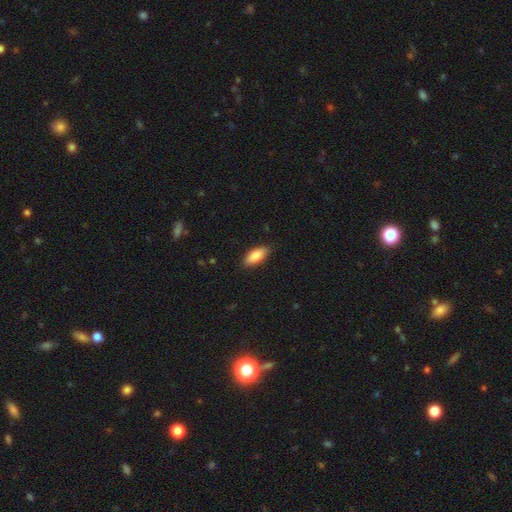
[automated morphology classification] This appears to be a smooth galaxy with no disk features (86%) that is in between round and cigar-shaped (81%). Merging: none (85%).